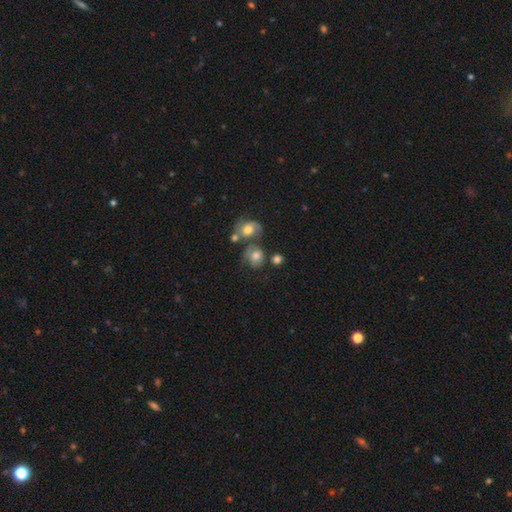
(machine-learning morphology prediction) Smooth or featured? smooth (64%)
How rounded? round (72%)
Merging? none (41%)